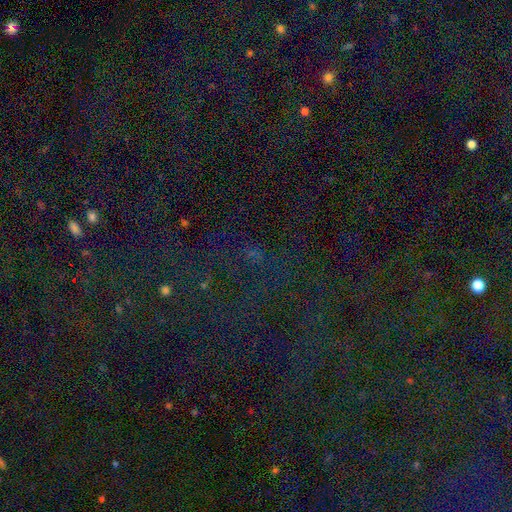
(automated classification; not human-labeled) Q: Smooth or featured?
A: star or artifact (79%); runner-up: smooth (13%)